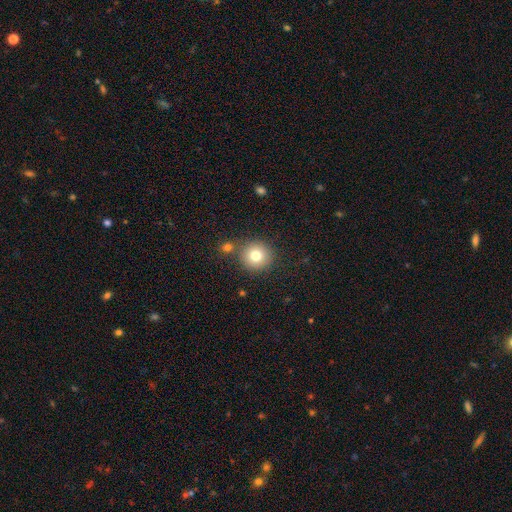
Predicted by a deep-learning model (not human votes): Smooth or featured?
  - smooth: 77% *
  - star or artifact: 12%
  - featured or disk: 10%
How rounded?
  - round: 92% *
  - in between: 7%
  - cigar-shaped: 1%
Merging?
  - none: 77% *
  - merger: 11%
  - minor disturbance: 9%
  - major disturbance: 3%